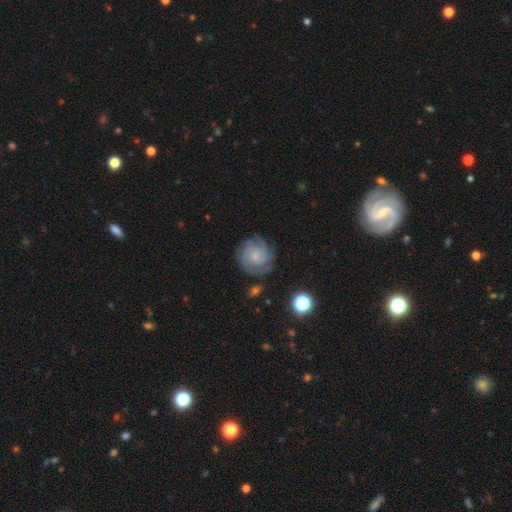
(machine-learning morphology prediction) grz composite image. It shows a featured or disk galaxy (67%) with no bar (74%), tight (65%) spiral arms (91%) and a small central bulge (62%). Merging: none (74%).